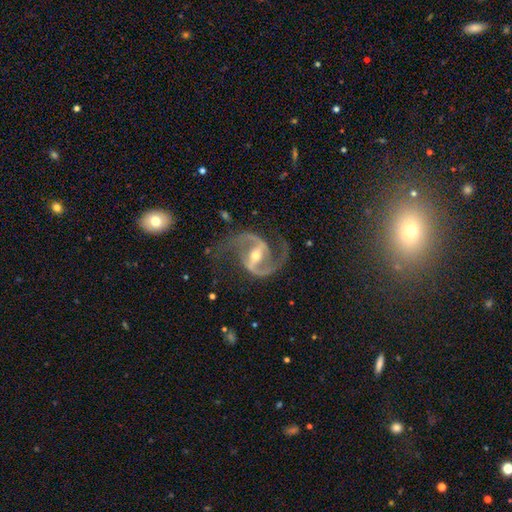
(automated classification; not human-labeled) Smooth or featured: featured or disk — 93% (star or artifact — 5%)
Edge-on disk: no — 98% (yes — 2%)
Bar: strong — 60% (weak — 30%)
Spiral arms: yes — 98% (no — 2%)
Spiral winding: medium — 62% (loose — 25%)
Spiral arm count: 2 — 94% (can't tell — 1%)
Bulge size: moderate — 51% (small — 45%)
Merging: none — 75% (minor disturbance — 14%)